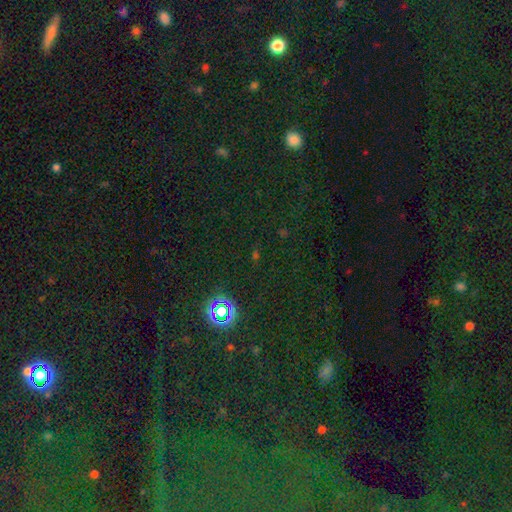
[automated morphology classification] The model was most divided on "smooth or featured": star or artifact: 71%, smooth: 21%, featured or disk: 8%.